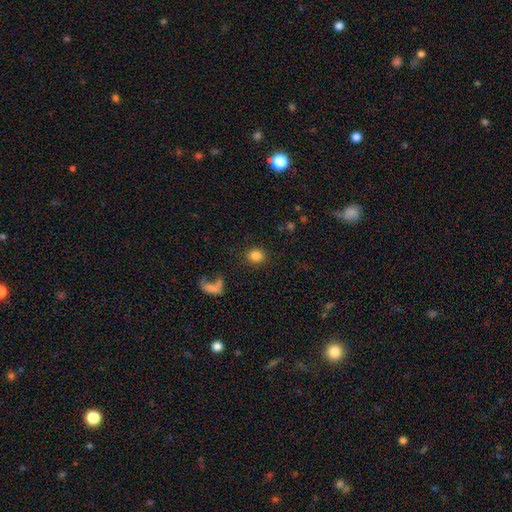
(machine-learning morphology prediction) Overall: smooth (84%). How rounded: round (80%). Merging: none (86%).